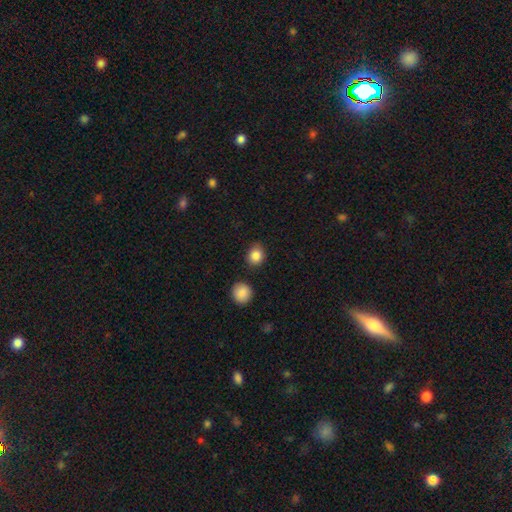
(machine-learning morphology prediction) Overall: smooth (86%). How rounded: round (75%). Merging: none (81%).